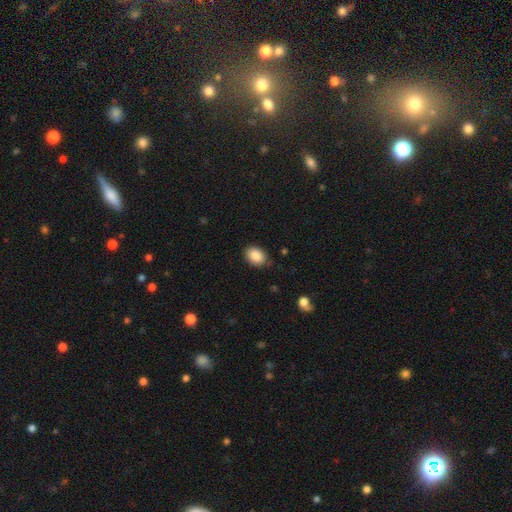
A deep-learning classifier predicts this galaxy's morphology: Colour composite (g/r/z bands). It shows a smooth galaxy with no disk features (88%) that is in between round and cigar-shaped (76%). Merging: none (80%).